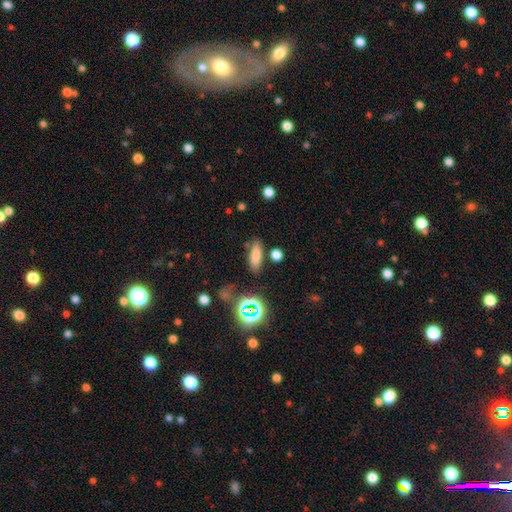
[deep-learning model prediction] Q: Smooth or featured?
A: smooth (75%); runner-up: star or artifact (15%)
Q: How rounded?
A: in between (57%); runner-up: cigar-shaped (37%)
Q: Merging?
A: none (76%); runner-up: minor disturbance (13%)